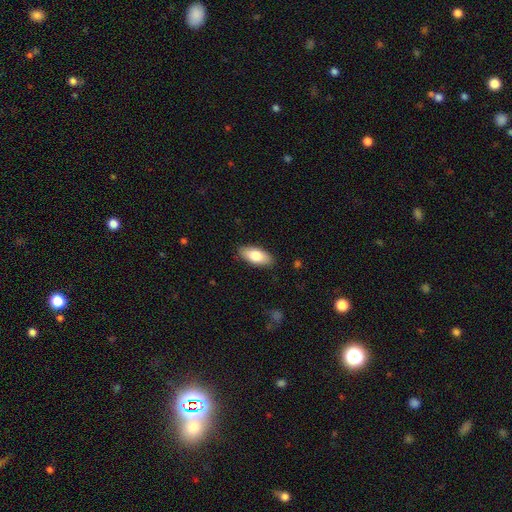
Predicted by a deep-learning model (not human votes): The model was most divided on "smooth or featured": smooth: 79%, featured or disk: 15%, star or artifact: 6%. More confident: merging — none (87%); how rounded — in between (86%).